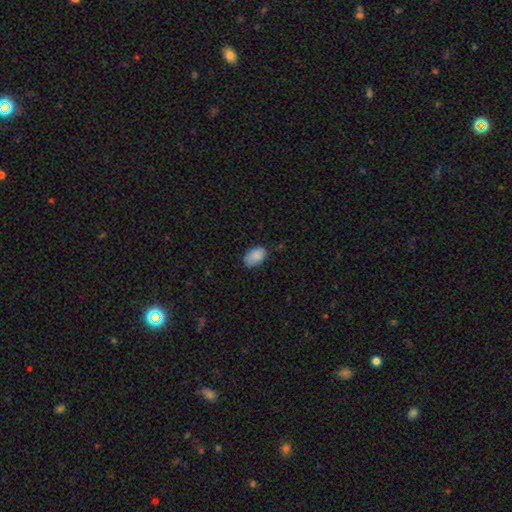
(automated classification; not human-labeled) This appears to be a smooth galaxy with no disk features (86%) that is in between round and cigar-shaped (90%). Merging: none (76%).